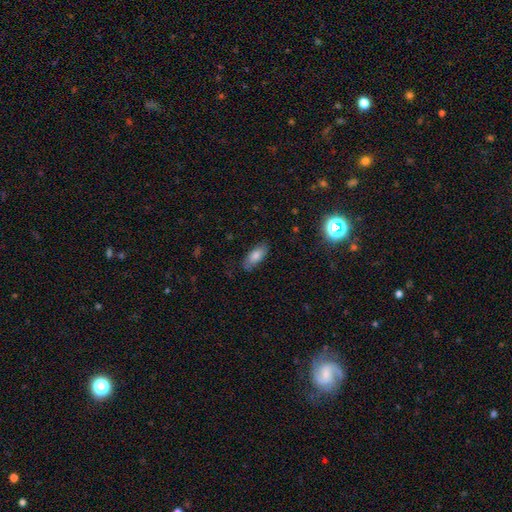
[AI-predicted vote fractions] This is clearly a smooth galaxy (80%). How rounded: clearly in between (84%). Merging: likely none (79%).